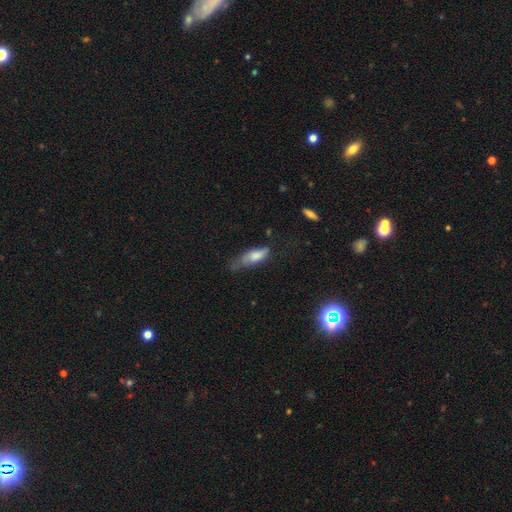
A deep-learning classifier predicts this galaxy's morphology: smooth-or-featured: smooth: 71% | featured or disk: 22% | star or artifact: 7%
  how-rounded: in between: 69% | cigar-shaped: 29% | round: 3%
  merging: minor disturbance: 39% | none: 30% | major disturbance: 27% | merger: 4%